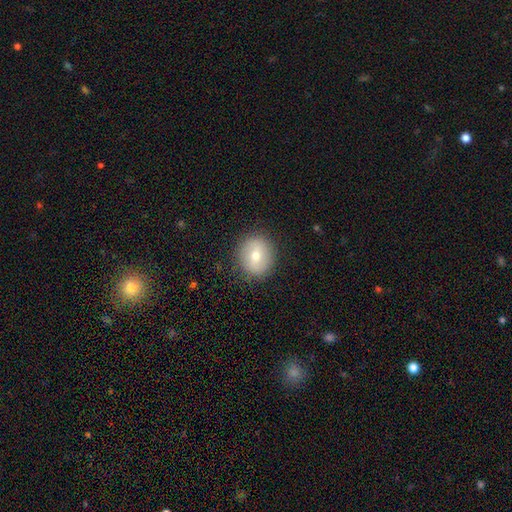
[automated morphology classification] The model was most divided on "smooth or featured": smooth: 64%, featured or disk: 27%, star or artifact: 9%. More confident: merging — none (87%); how rounded — round (83%).